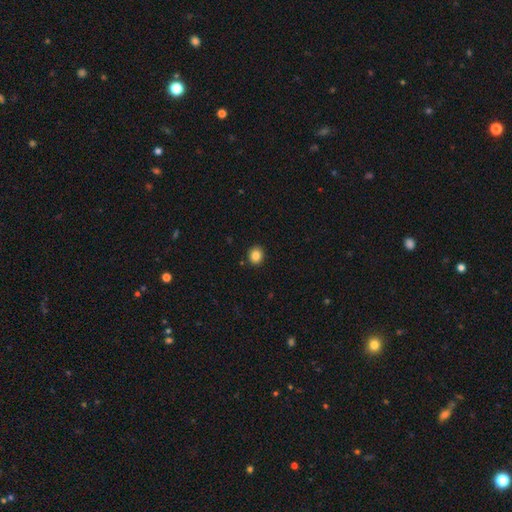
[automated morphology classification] Overall: smooth (85%). How rounded: round (73%). Merging: none (91%).